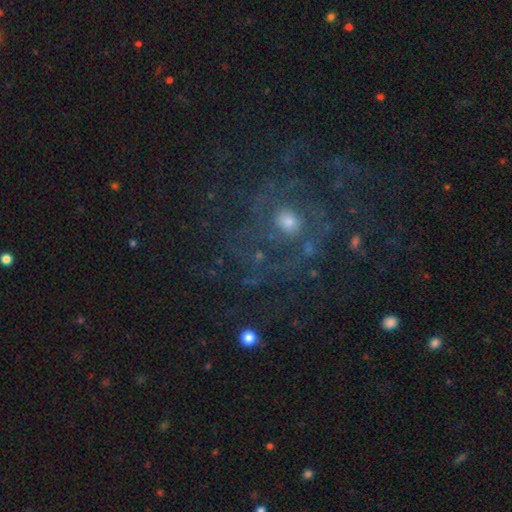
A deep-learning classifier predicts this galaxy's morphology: A featured or disk galaxy (74%) with no bar (75%), tight (52%) spiral arms (88%) and a moderate central bulge (56%). Merging: none (72%).